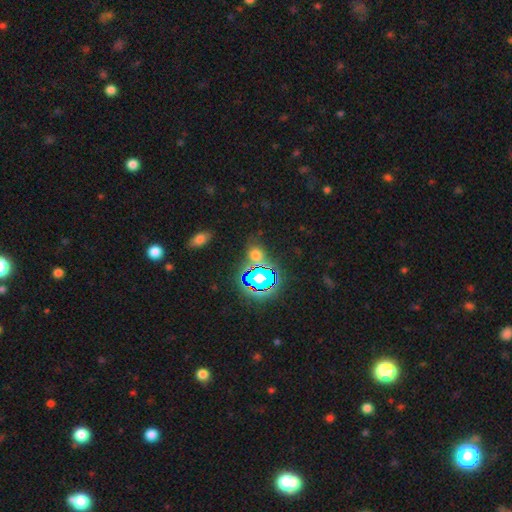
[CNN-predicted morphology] Smooth or featured?
  - star or artifact: 47% *
  - smooth: 44%
  - featured or disk: 10%